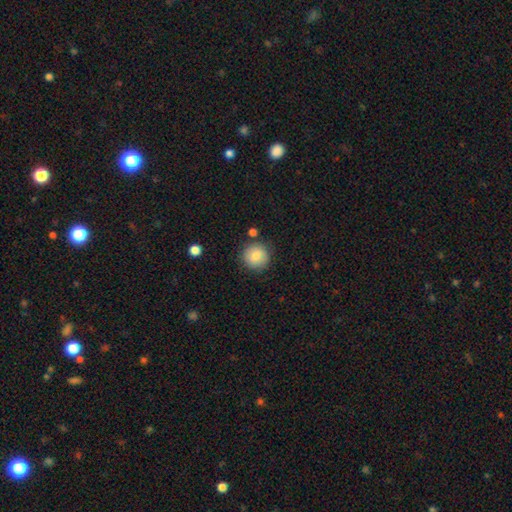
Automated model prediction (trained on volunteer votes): Overall: smooth (83%). How rounded: round (94%). Merging: none (83%).